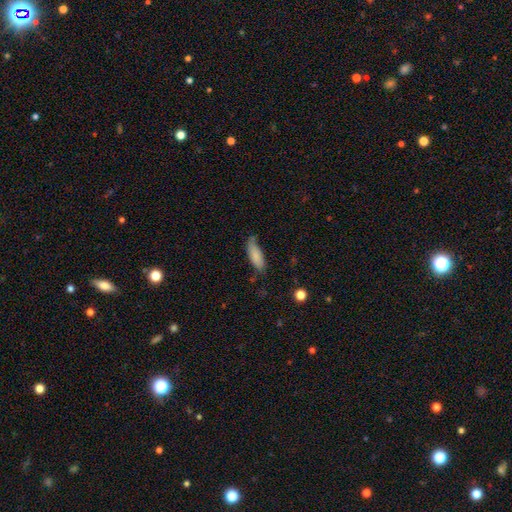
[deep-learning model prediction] Smooth or featured?
  - smooth: 84% *
  - featured or disk: 10%
  - star or artifact: 6%
How rounded?
  - in between: 66% *
  - cigar-shaped: 33%
  - round: 2%
Merging?
  - none: 59% *
  - minor disturbance: 31%
  - major disturbance: 7%
  - merger: 3%